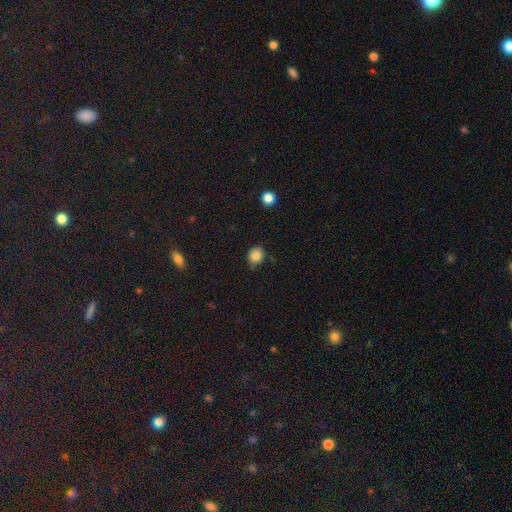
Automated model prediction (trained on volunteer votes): Smooth or featured? Predicted: smooth (p=0.85). How rounded? Predicted: round (p=0.70). Merging? Predicted: none (p=0.74).